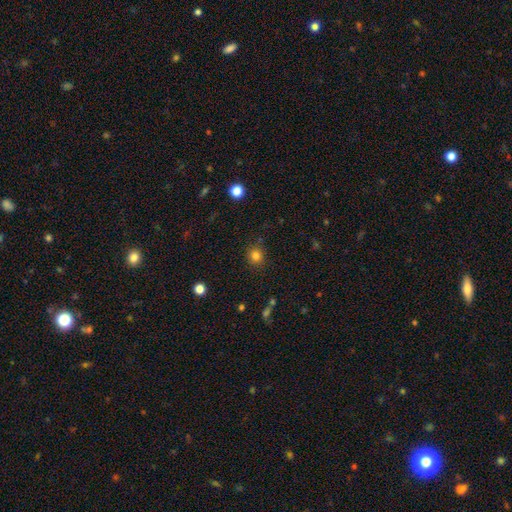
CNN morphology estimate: Smooth or featured: smooth — 81% (star or artifact — 13%)
How rounded: round — 87% (in between — 12%)
Merging: none — 85% (minor disturbance — 10%)